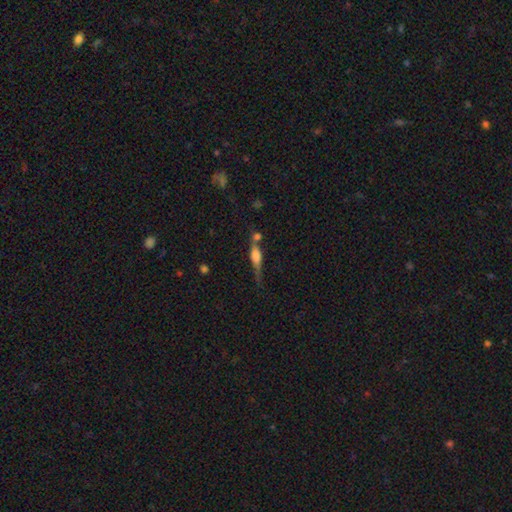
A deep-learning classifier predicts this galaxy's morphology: featured or disk 45% (tied), smooth 45% (tied), star or artifact 10%. Down the decision tree: merging — none (41%).